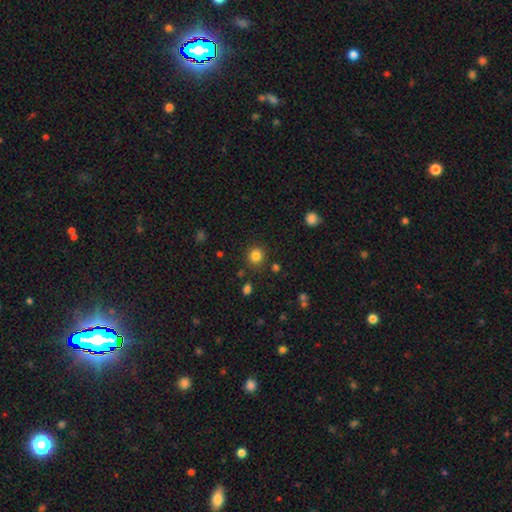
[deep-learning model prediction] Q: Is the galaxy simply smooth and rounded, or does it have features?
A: smooth — 83%.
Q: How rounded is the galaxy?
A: round — 92%.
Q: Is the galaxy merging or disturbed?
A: none — 87%.